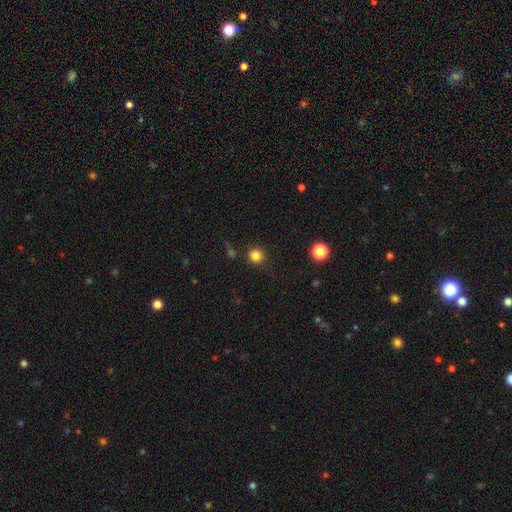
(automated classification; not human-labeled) This appears to be a smooth galaxy with no disk features (82%) that is round (93%). Merging: none (87%).